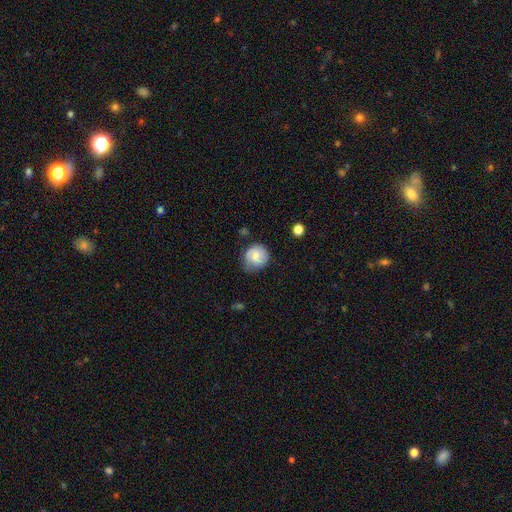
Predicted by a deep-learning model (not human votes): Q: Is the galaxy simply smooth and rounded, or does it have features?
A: smooth — 64%.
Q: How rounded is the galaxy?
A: round — 83%.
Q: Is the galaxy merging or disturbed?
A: none — 60%.